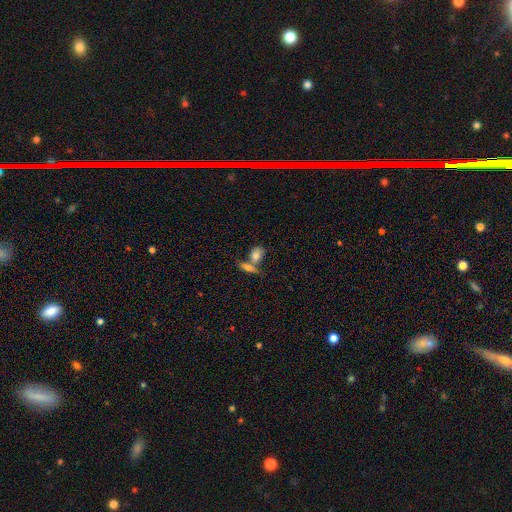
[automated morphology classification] Smooth or featured?
  - smooth: 76% *
  - featured or disk: 16%
  - star or artifact: 8%
How rounded?
  - in between: 73% *
  - round: 19%
  - cigar-shaped: 7%
Merging?
  - merger: 49% *
  - none: 36%
  - minor disturbance: 10%
  - major disturbance: 5%